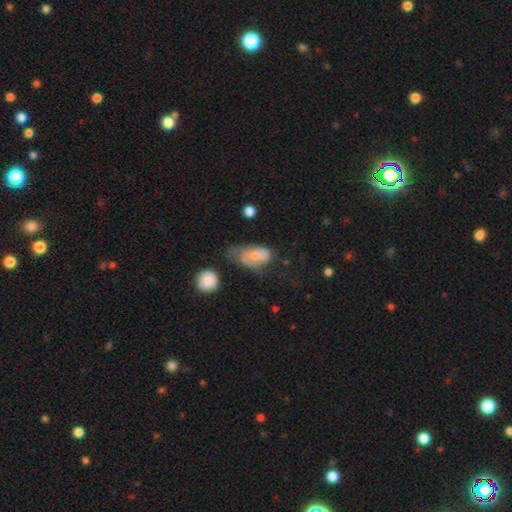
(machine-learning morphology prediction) A featured or disk galaxy (49%).

Vote fractions:
- Smooth or featured? featured or disk: 49% / smooth: 43% / star or artifact: 7%
- Merging? major disturbance: 37% / minor disturbance: 29% / none: 27% / merger: 6%